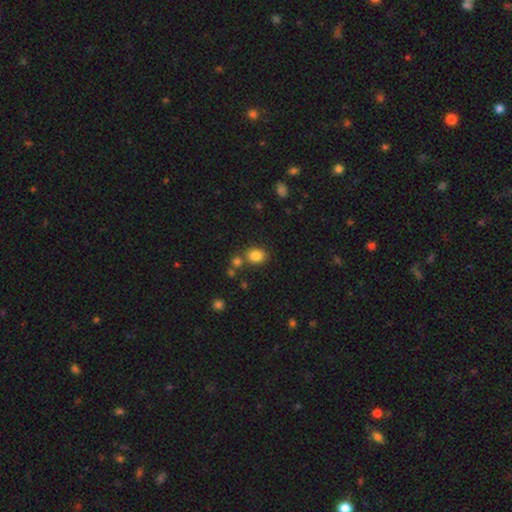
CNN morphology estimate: Overall: smooth (83%). How rounded: round (50%; in between 49%). Merging: none (68%).